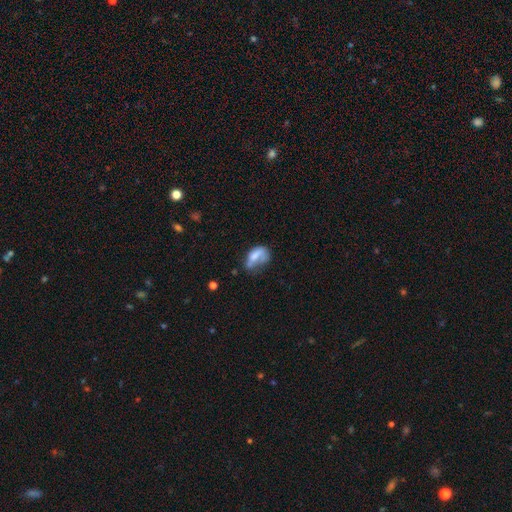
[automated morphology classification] Q: Smooth or featured?
A: smooth (58%); runner-up: featured or disk (32%)
Q: How rounded?
A: in between (85%); runner-up: round (11%)
Q: Merging?
A: major disturbance (35%); runner-up: minor disturbance (25%)